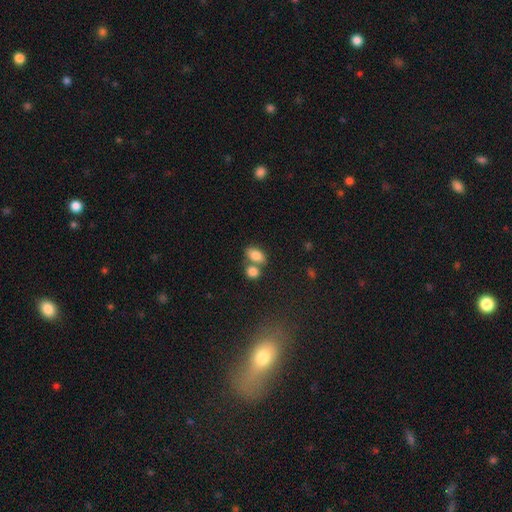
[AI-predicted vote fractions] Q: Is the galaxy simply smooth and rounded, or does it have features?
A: smooth — 81%.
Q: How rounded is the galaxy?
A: in between — 86%.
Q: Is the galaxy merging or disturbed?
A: none — 46%.